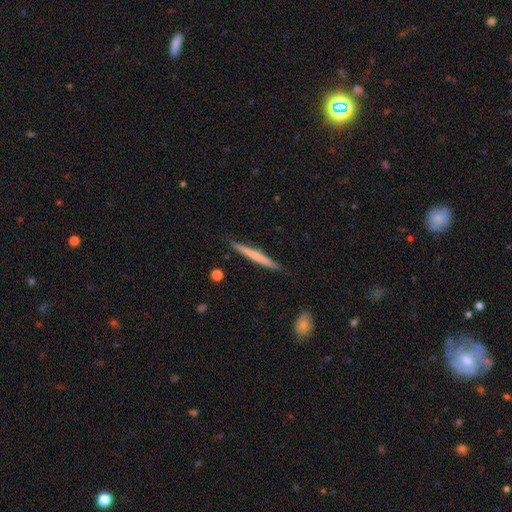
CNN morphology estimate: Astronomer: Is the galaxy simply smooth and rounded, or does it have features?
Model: smooth — 48% (runner-up: featured or disk, 46%).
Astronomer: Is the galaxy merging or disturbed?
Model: none — 89%.